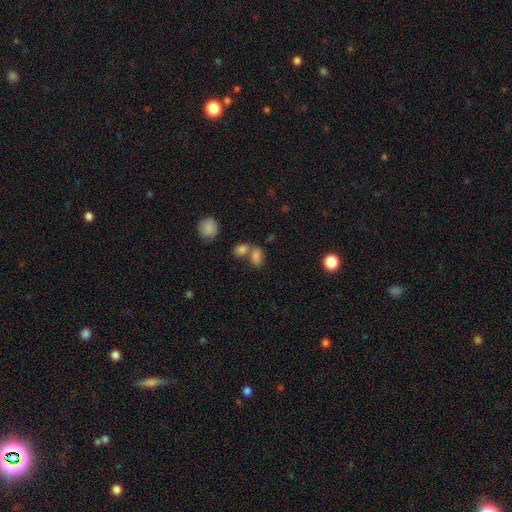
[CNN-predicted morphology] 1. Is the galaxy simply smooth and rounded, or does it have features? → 79% smooth, 12% star or artifact, 9% featured or disk.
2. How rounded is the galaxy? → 82% in between, 16% round, 2% cigar-shaped.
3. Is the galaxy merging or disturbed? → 50% merger, 36% none, 9% minor disturbance, 5% major disturbance.